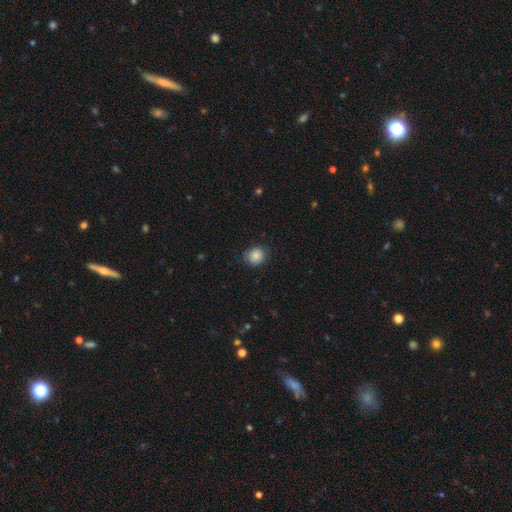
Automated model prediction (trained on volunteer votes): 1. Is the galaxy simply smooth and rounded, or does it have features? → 86% smooth, 9% star or artifact, 5% featured or disk.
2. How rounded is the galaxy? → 80% round, 19% in between, 1% cigar-shaped.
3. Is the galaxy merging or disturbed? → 82% none, 13% minor disturbance, 3% major disturbance, 1% merger.